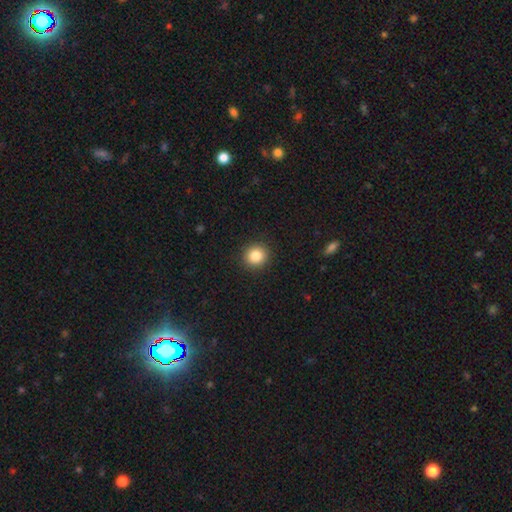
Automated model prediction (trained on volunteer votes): smooth_or_featured: smooth (p=0.85) [alt: star or artifact p=0.10]
how_rounded: round (p=0.91) [alt: in between p=0.08]
merging: none (p=0.92) [alt: minor disturbance p=0.05]